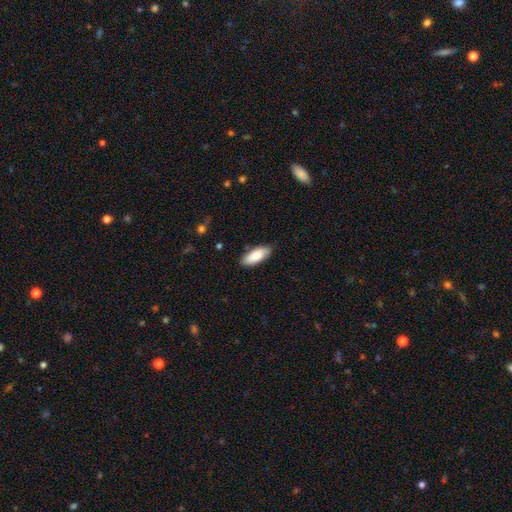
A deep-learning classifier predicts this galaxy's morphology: smooth-or-featured: smooth: 84% | featured or disk: 10% | star or artifact: 6%
  how-rounded: in between: 81% | cigar-shaped: 18% | round: 2%
  merging: none: 85% | minor disturbance: 12% | major disturbance: 2% | merger: 1%